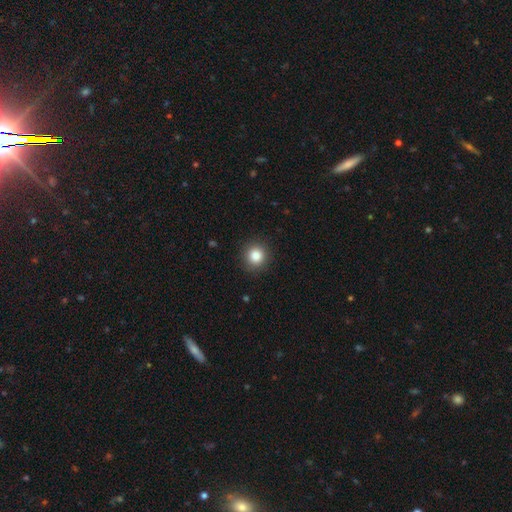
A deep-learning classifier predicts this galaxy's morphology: smooth 85%, star or artifact 10%, featured or disk 5%. Down the decision tree: how rounded — round (92%); merging — none (90%).